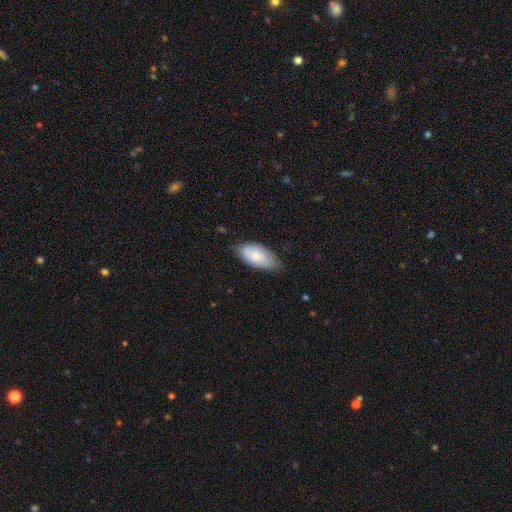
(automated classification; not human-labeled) A smooth galaxy with no disk features (77%) that is in between round and cigar-shaped (93%).

Vote fractions:
- Smooth or featured? smooth: 77% / featured or disk: 17% / star or artifact: 6%
- How rounded? in between: 93% / cigar-shaped: 5% / round: 2%
- Merging? none: 71% / minor disturbance: 24% / major disturbance: 4% / merger: 1%